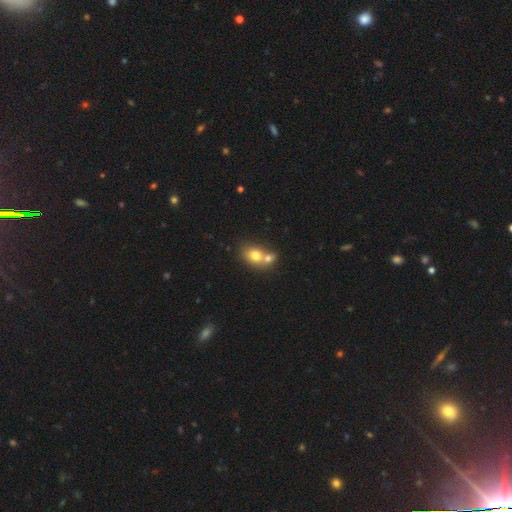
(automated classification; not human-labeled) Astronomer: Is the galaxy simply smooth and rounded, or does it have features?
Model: smooth — 75%.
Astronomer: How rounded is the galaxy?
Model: in between — 50% (runner-up: round, 49%).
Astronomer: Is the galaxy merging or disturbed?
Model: merger — 61%.